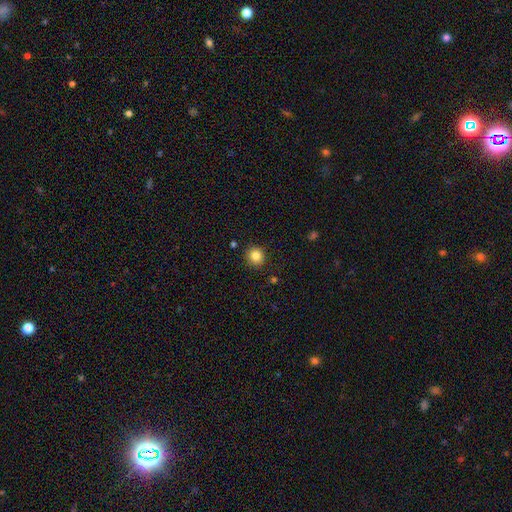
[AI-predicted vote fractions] A smooth galaxy with no disk features (84%) that is round (91%). Merging: none (90%).